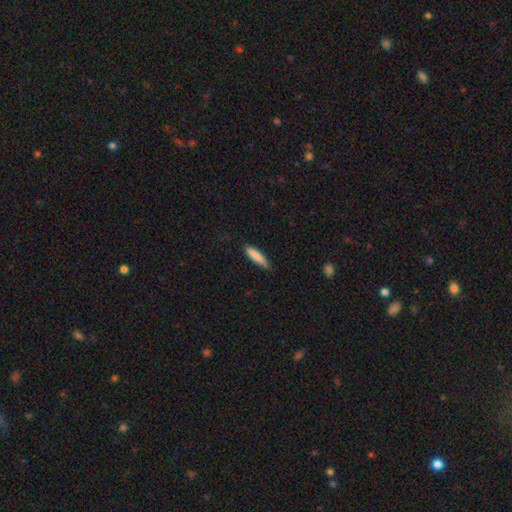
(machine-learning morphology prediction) This is clearly a smooth galaxy (83%). How rounded: clearly cigar-shaped (81%). Merging: likely none (76%).